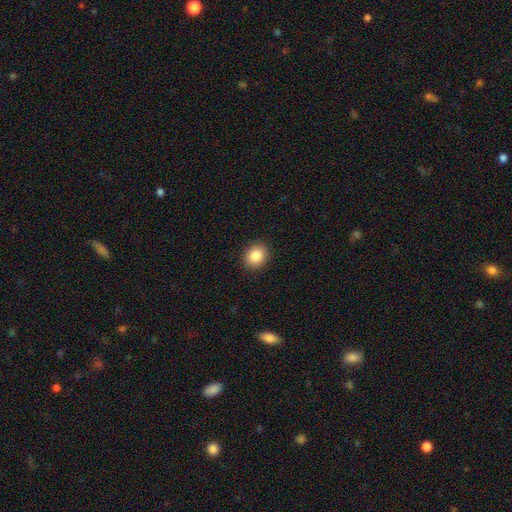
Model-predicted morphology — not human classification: smooth-or-featured: smooth: 85% | star or artifact: 9% | featured or disk: 5%
  how-rounded: round: 64% | in between: 35% | cigar-shaped: 1%
  merging: none: 91% | minor disturbance: 6% | major disturbance: 2% | merger: 1%